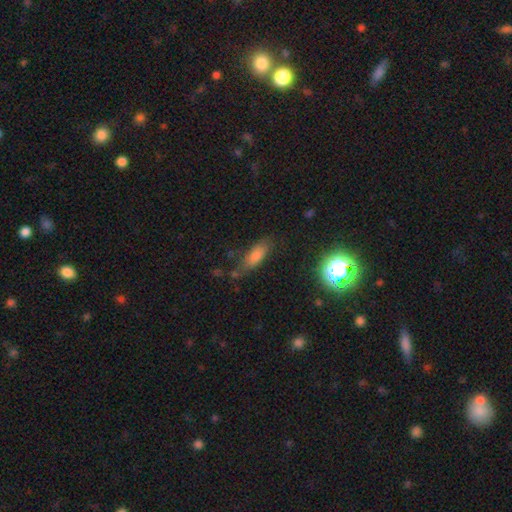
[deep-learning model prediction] Smooth or featured: smooth — 68% (star or artifact — 17%)
How rounded: in between — 64% (cigar-shaped — 31%)
Merging: none — 69% (minor disturbance — 20%)